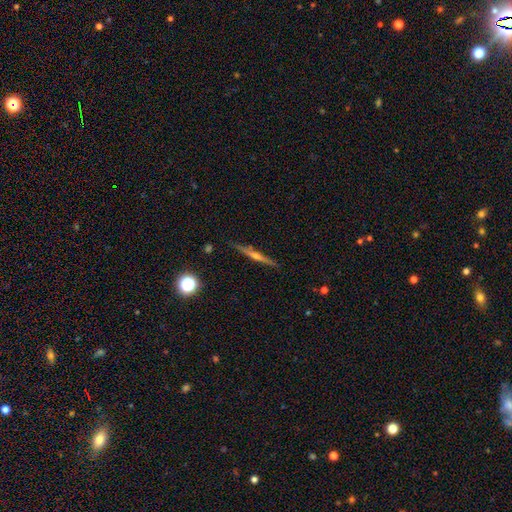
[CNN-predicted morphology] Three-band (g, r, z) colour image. It shows a featured or disk galaxy (69%) viewed edge-on (98%) with a rounded central bulge (77%). Merging: none (89%).